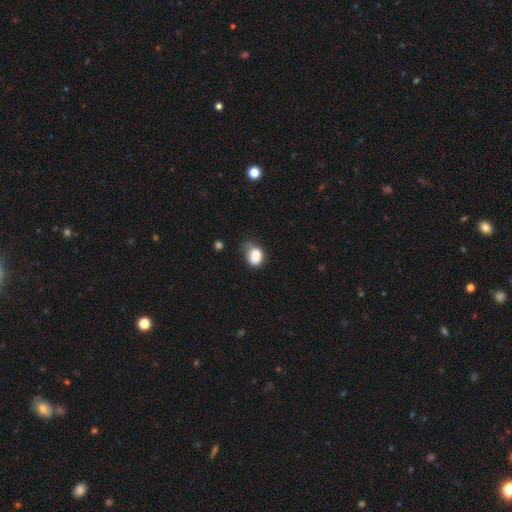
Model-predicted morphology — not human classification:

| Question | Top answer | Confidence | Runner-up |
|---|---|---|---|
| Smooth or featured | smooth | 83% | star or artifact (9%) |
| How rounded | in between | 50% | round (49%) |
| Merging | minor disturbance | 43% | none (33%) |